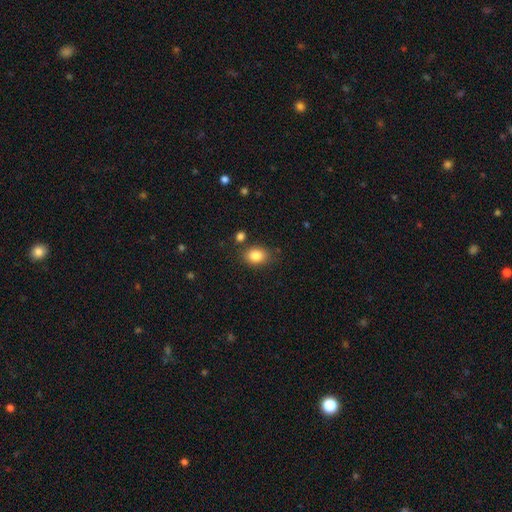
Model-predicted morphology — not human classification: Smooth or featured? smooth (84%)
How rounded? in between (68%)
Merging? none (79%)